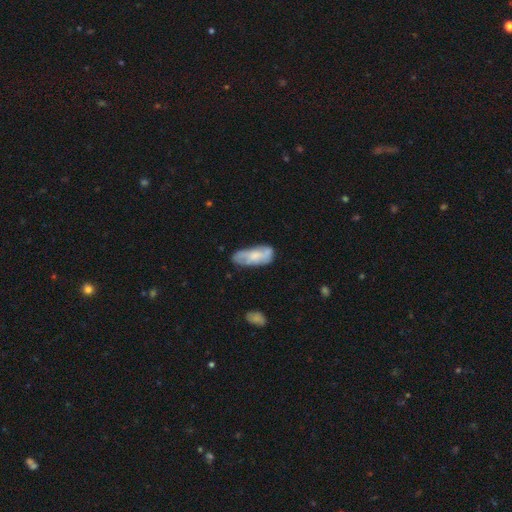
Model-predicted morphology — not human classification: Smooth or featured?
  - smooth: 52% *
  - featured or disk: 41%
  - star or artifact: 7%
How rounded?
  - in between: 78% *
  - cigar-shaped: 20%
  - round: 2%
Merging?
  - none: 55% *
  - minor disturbance: 29%
  - major disturbance: 11%
  - merger: 4%